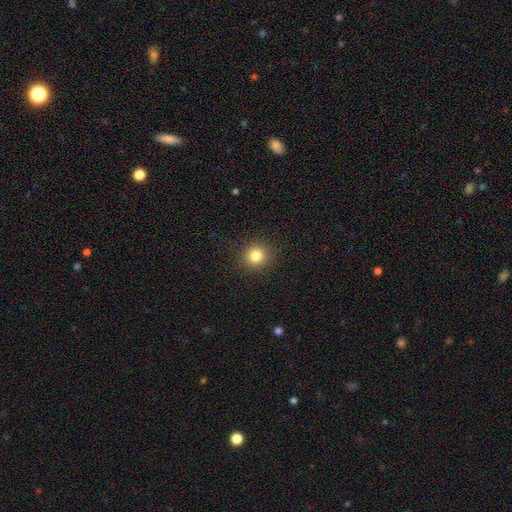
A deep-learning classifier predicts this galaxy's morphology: The model was most divided on "smooth or featured": smooth: 82%, star or artifact: 12%, featured or disk: 6%. More confident: merging — none (91%); how rounded — round (91%).